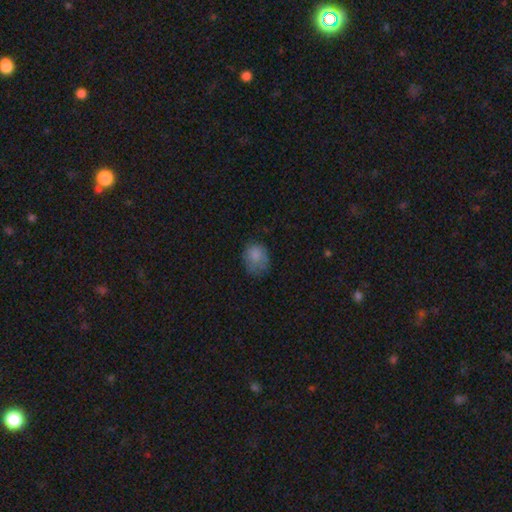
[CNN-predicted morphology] Overall: smooth (81%). How rounded: round (56%; in between 43%). Merging: none (56%; minor disturbance 30%).